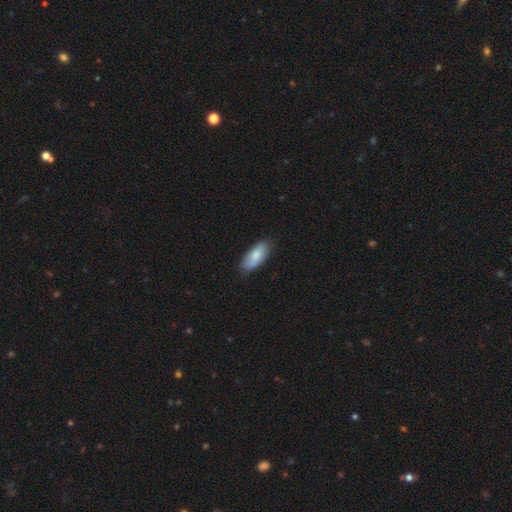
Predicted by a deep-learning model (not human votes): Smooth or featured?
  - smooth: 82% *
  - featured or disk: 12%
  - star or artifact: 6%
How rounded?
  - in between: 85% *
  - cigar-shaped: 13%
  - round: 2%
Merging?
  - none: 82% *
  - minor disturbance: 14%
  - major disturbance: 2%
  - merger: 1%